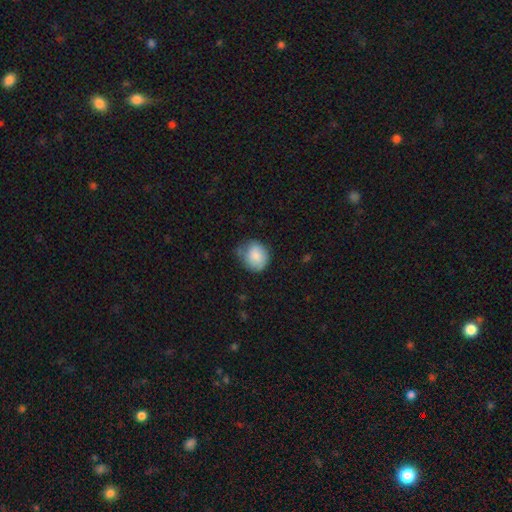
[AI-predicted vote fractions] Smooth or featured: smooth — 85% (featured or disk — 8%)
How rounded: round — 72% (in between — 27%)
Merging: none — 53% (minor disturbance — 35%)